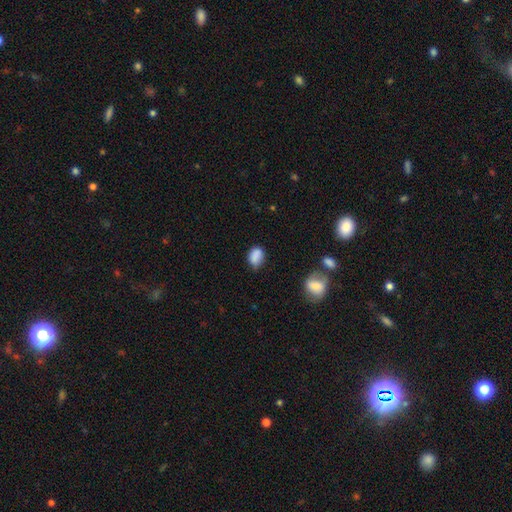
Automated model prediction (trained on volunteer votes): smooth-or-featured: smooth: 85% | star or artifact: 9% | featured or disk: 6%
  how-rounded: in between: 75% | round: 23% | cigar-shaped: 1%
  merging: none: 58% | minor disturbance: 32% | major disturbance: 6% | merger: 3%